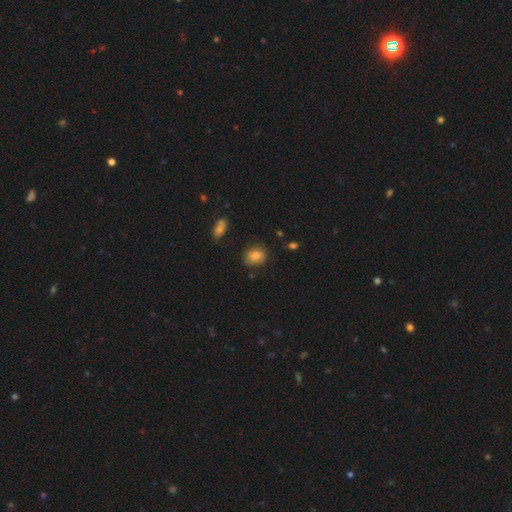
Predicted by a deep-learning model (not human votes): Q: Smooth or featured?
A: smooth (81%); runner-up: star or artifact (10%)
Q: How rounded?
A: in between (50%); runner-up: round (49%)
Q: Merging?
A: none (77%); runner-up: minor disturbance (17%)